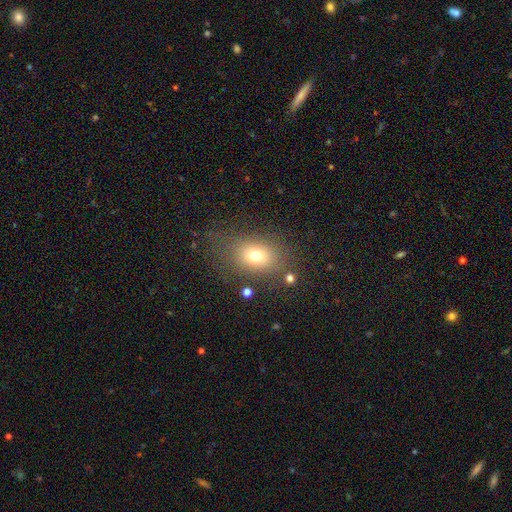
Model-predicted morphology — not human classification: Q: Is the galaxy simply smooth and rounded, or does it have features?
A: smooth — 72%.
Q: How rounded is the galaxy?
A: in between — 67%.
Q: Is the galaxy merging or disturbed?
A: none — 69%.